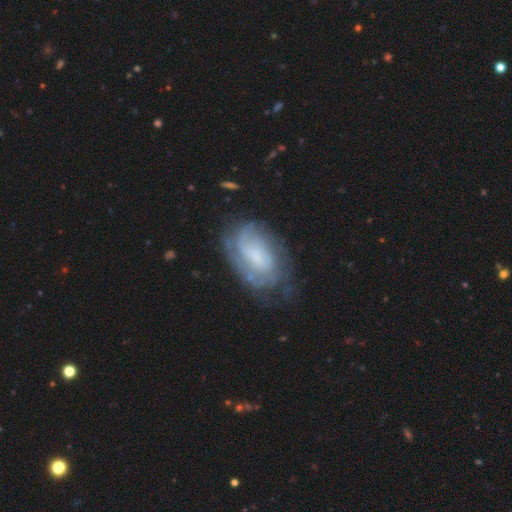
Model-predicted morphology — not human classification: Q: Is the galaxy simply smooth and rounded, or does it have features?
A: featured or disk — 66%.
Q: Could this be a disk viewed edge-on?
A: no — 95%.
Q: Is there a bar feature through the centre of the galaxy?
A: no — 50%.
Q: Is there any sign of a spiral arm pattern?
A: yes — 81%.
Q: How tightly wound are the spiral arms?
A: tight — 51%.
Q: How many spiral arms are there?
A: can't tell — 50%.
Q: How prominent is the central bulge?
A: small — 43%.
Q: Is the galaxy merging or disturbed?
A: none — 60%.